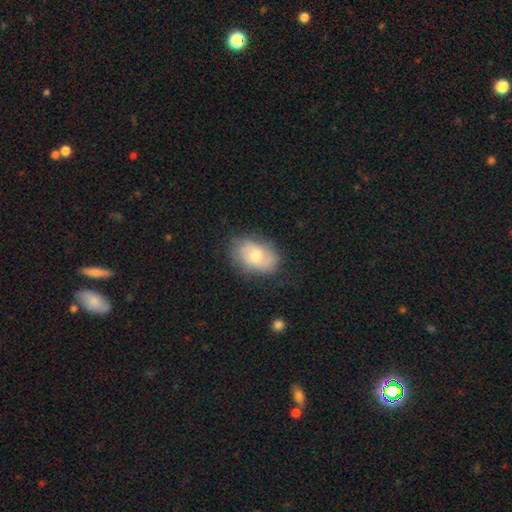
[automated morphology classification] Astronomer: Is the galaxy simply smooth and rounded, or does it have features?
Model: smooth — 57% (runner-up: featured or disk, 35%).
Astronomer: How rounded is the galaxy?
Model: in between — 82%.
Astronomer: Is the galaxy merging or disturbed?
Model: none — 70%.